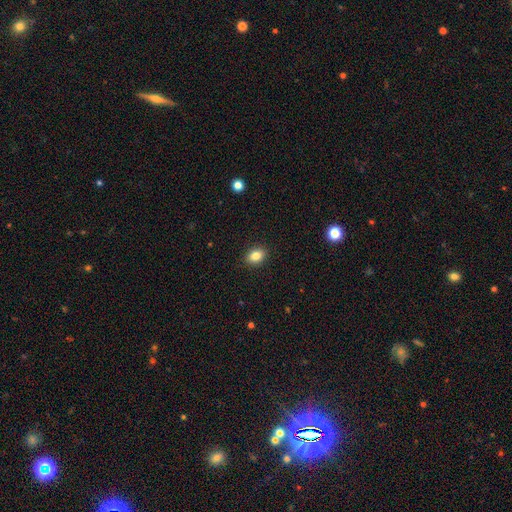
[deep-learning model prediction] A smooth galaxy with no disk features (83%) that is in between round and cigar-shaped (74%). Merging: none (90%).